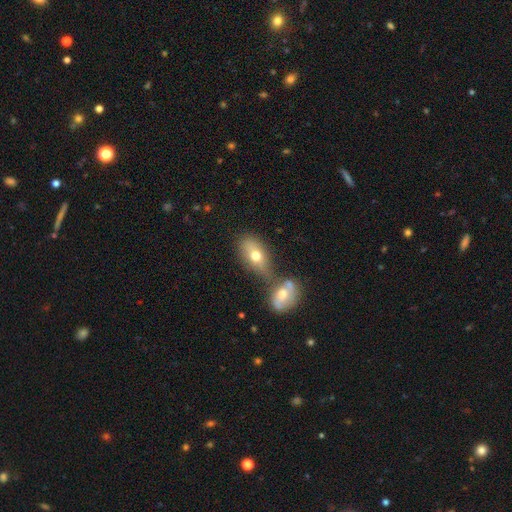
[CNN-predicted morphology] Smooth or featured? smooth (68%)
How rounded? in between (82%)
Merging? merger (43%)